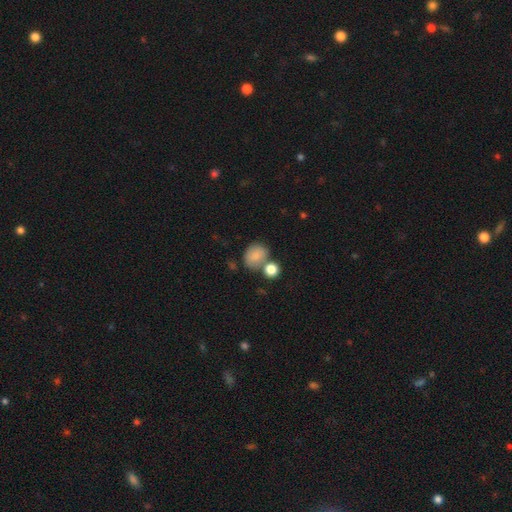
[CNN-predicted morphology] smooth-or-featured: smooth: 82% | star or artifact: 10% | featured or disk: 8%
  how-rounded: round: 58% | in between: 41% | cigar-shaped: 1%
  merging: none: 56% | merger: 23% | minor disturbance: 16% | major disturbance: 6%